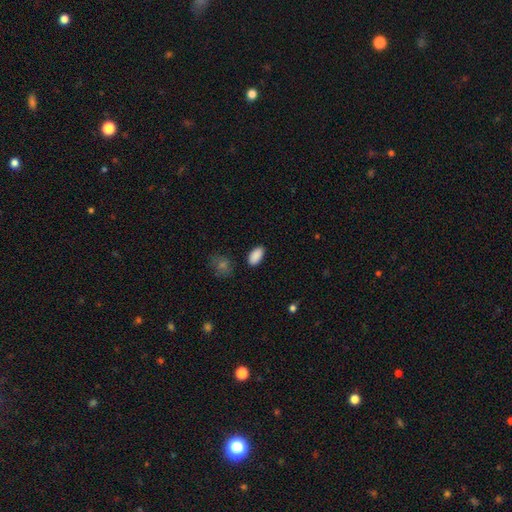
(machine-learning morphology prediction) Q: Smooth or featured?
A: smooth (89%); runner-up: star or artifact (7%)
Q: How rounded?
A: in between (94%); runner-up: cigar-shaped (3%)
Q: Merging?
A: none (87%); runner-up: minor disturbance (9%)